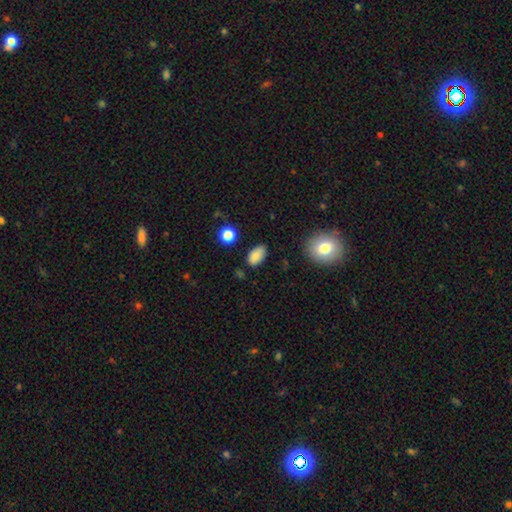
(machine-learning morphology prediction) Q: Smooth or featured?
A: smooth (86%); runner-up: star or artifact (9%)
Q: How rounded?
A: in between (92%); runner-up: round (6%)
Q: Merging?
A: none (81%); runner-up: minor disturbance (14%)